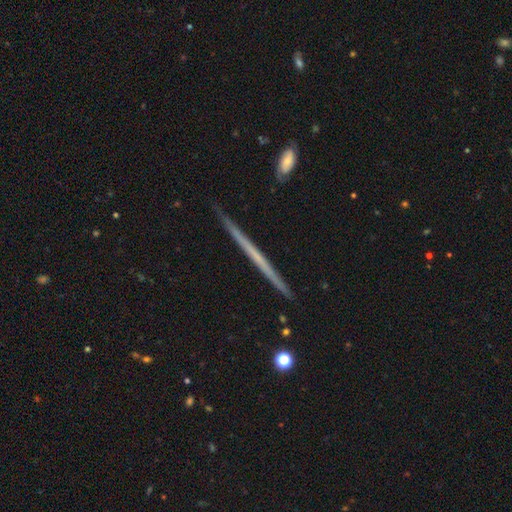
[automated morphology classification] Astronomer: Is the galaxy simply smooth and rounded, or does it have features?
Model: featured or disk — 61%.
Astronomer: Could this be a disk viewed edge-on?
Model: yes — 98%.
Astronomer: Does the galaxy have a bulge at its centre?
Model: none — 93%.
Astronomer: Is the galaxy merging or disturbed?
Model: none — 92%.